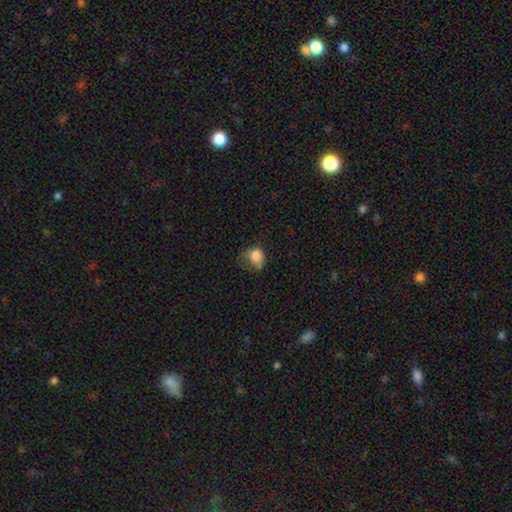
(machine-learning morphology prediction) Smooth or featured? smooth (77%)
How rounded? round (57%)
Merging? major disturbance (34%, tied with minor disturbance)